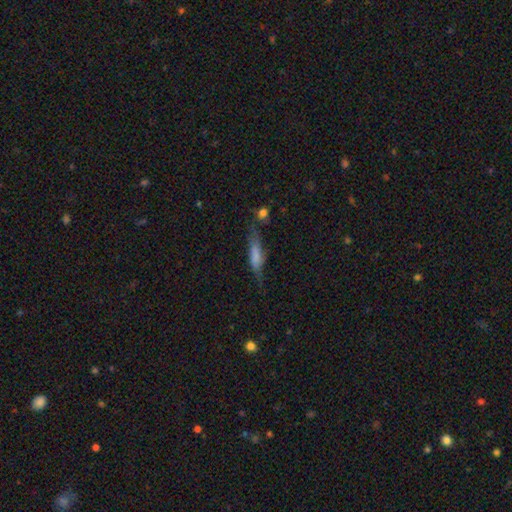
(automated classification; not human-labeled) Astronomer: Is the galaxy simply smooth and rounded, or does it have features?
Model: smooth — 58%.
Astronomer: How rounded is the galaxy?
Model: cigar-shaped — 66%.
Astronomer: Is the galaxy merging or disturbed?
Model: none — 50% (runner-up: minor disturbance, 28%).